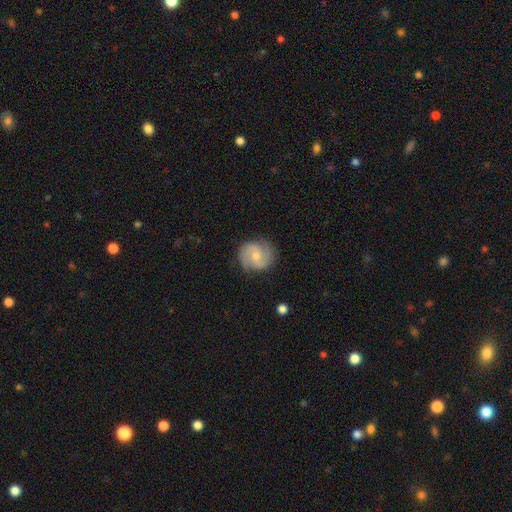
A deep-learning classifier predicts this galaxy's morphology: smooth-or-featured: featured or disk: 72% | smooth: 22% | star or artifact: 6%
  disk-edge-on: no: 98% | yes: 2%
    bar: no: 51% | weak: 43% | strong: 7%
    has-spiral-arms: yes: 95% | no: 5%
      spiral-winding: medium: 50% | tight: 34% | loose: 16%
      spiral-arm-count: 2: 79% | 3: 8% | can't tell: 8% | 1: 2% | 4: 2% | more than 4: 2%
    bulge-size: small: 48% | moderate: 46% | none: 3% | large: 2% | dominant: 1%
  merging: none: 80% | minor disturbance: 15% | major disturbance: 4% | merger: 1%